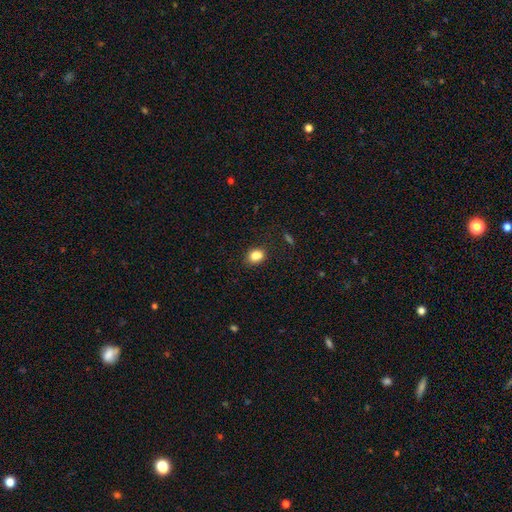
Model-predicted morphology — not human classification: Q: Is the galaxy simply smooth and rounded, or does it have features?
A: smooth — 84%.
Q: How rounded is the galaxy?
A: in between — 51%.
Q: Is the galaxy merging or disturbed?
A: none — 73%.